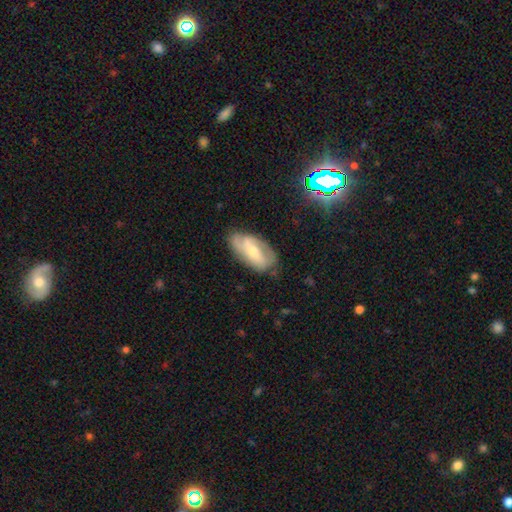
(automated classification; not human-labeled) Q: Smooth or featured?
A: featured or disk (63%); runner-up: smooth (31%)
Q: Edge-on disk?
A: no (92%); runner-up: yes (8%)
Q: Bar?
A: no (38%); runner-up: weak (37%)
Q: Spiral arms?
A: yes (81%); runner-up: no (19%)
Q: Bulge size?
A: small (47%); runner-up: moderate (46%)
Q: Merging?
A: none (68%); runner-up: minor disturbance (22%)